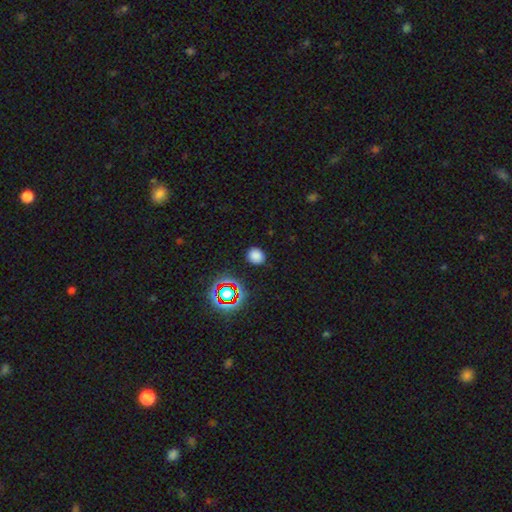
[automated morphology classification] This appears to be a smooth galaxy with no disk features (76%) that is round (75%). Merging: none (88%).